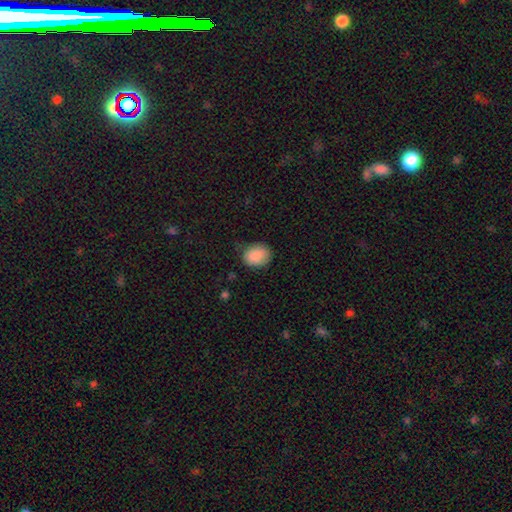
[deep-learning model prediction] smooth 89%, star or artifact 8%, featured or disk 4%. Down the decision tree: how rounded — round (51%); merging — none (73%).